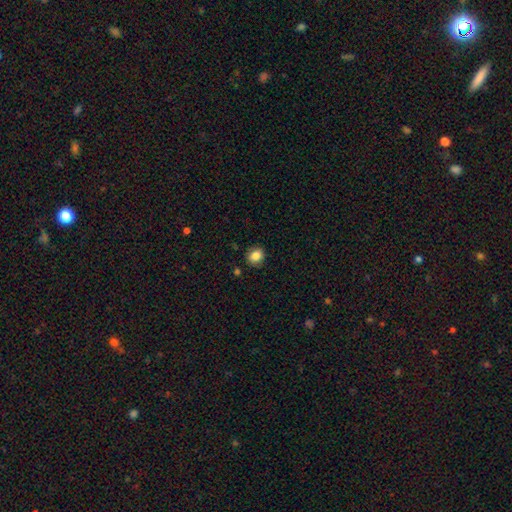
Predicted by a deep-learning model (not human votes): This is clearly a smooth galaxy (85%). How rounded: likely round (72%). Merging: clearly none (86%).